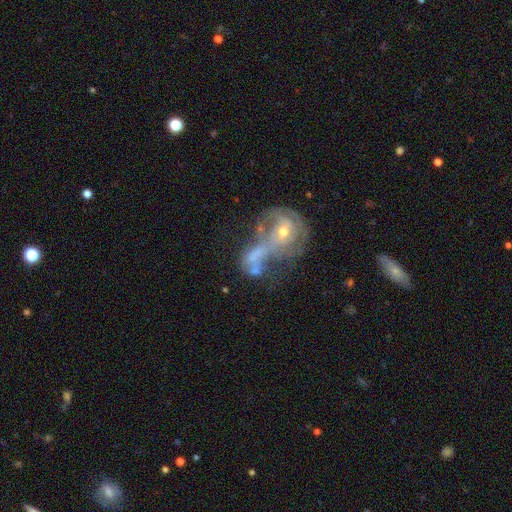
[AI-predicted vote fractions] Smooth or featured? featured or disk (64%)
Edge-on disk? no (96%)
Bar? no (74%)
Spiral arms? no (52%)
Bulge size? moderate (53%)
Merging? merger (53%)